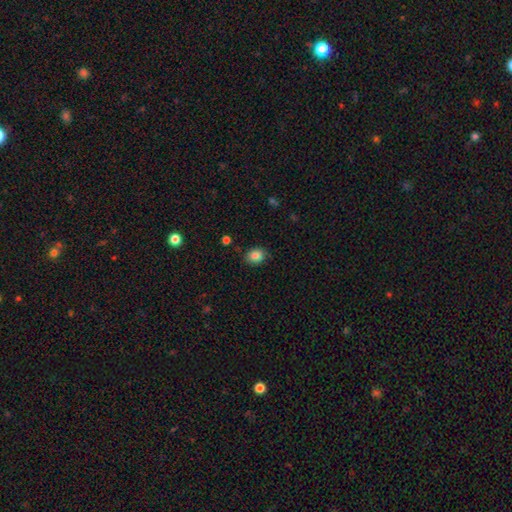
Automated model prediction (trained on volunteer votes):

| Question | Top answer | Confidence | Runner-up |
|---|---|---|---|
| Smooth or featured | smooth | 85% | star or artifact (10%) |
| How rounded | round | 51% | in between (48%) |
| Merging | none | 84% | minor disturbance (12%) |